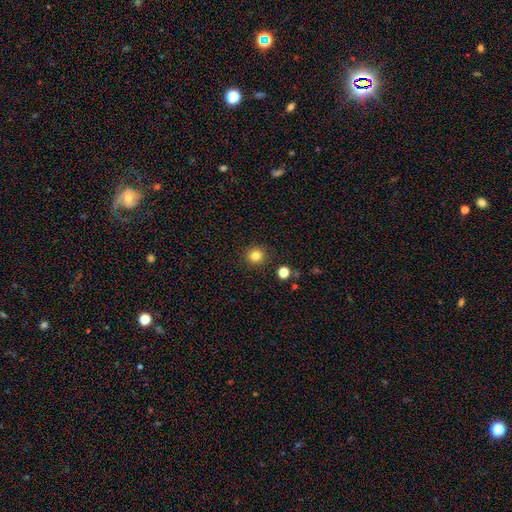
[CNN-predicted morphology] Smooth or featured?
  - smooth: 82% *
  - star or artifact: 13%
  - featured or disk: 5%
How rounded?
  - round: 93% *
  - in between: 6%
  - cigar-shaped: 1%
Merging?
  - none: 91% *
  - minor disturbance: 5%
  - major disturbance: 2%
  - merger: 2%